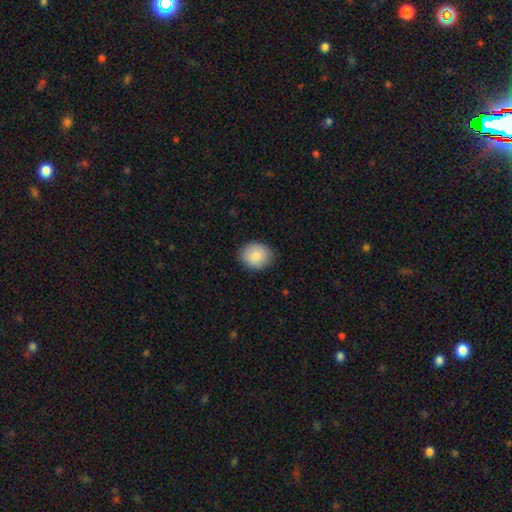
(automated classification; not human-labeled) A smooth galaxy with no disk features (85%) that is round (63%).

Vote fractions:
- Smooth or featured? smooth: 85% / featured or disk: 8% / star or artifact: 7%
- How rounded? round: 63% / in between: 36% / cigar-shaped: 1%
- Merging? none: 85% / minor disturbance: 11% / major disturbance: 2% / merger: 1%